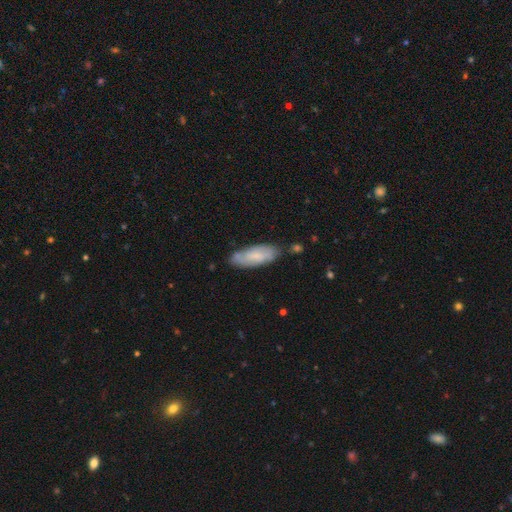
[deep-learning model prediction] The model was most divided on "smooth or featured": smooth: 60%, featured or disk: 34%, star or artifact: 7%. More confident: merging — none (72%); how rounded — in between (67%).